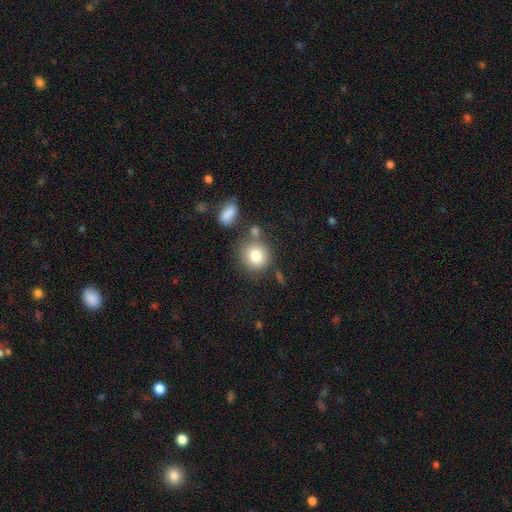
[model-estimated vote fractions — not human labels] smooth_or_featured: smooth (p=0.81) [alt: featured or disk p=0.10]
how_rounded: round (p=0.86) [alt: in between p=0.13]
merging: none (p=0.68) [alt: merger p=0.15]